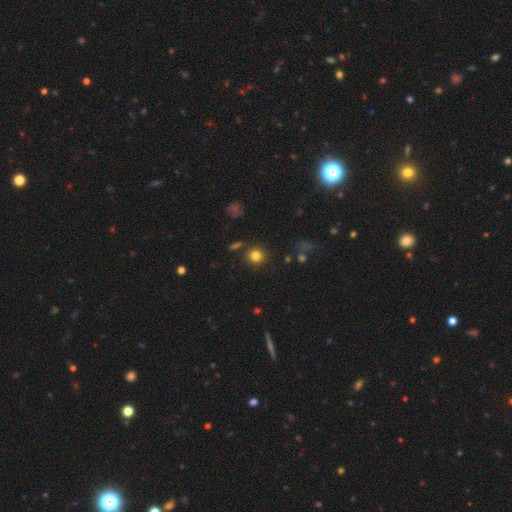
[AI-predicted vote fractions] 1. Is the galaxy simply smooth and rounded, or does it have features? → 80% smooth, 13% star or artifact, 7% featured or disk.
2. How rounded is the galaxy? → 92% round, 7% in between, 1% cigar-shaped.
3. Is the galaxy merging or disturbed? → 87% none, 7% minor disturbance, 4% merger, 3% major disturbance.